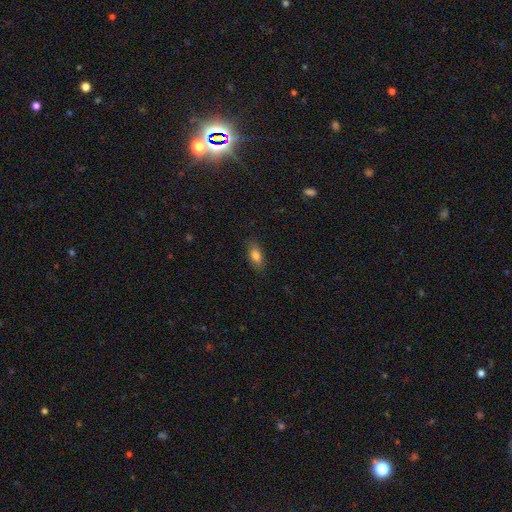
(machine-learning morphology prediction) smooth-or-featured: smooth: 80% | featured or disk: 11% | star or artifact: 9%
  how-rounded: in between: 84% | cigar-shaped: 11% | round: 6%
  merging: none: 82% | minor disturbance: 14% | major disturbance: 3% | merger: 1%